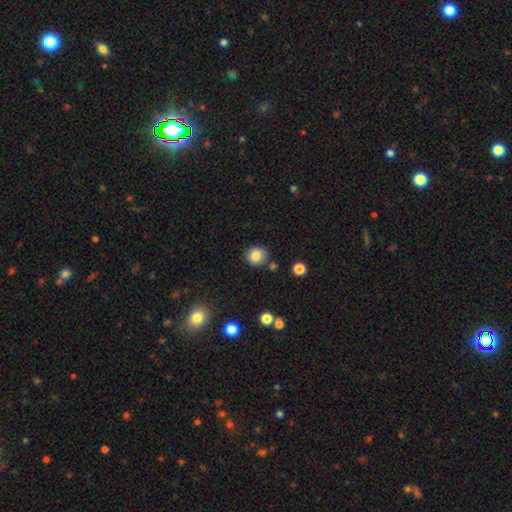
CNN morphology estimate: Q: Smooth or featured?
A: smooth (83%); runner-up: star or artifact (10%)
Q: How rounded?
A: round (85%); runner-up: in between (14%)
Q: Merging?
A: none (80%); runner-up: minor disturbance (12%)